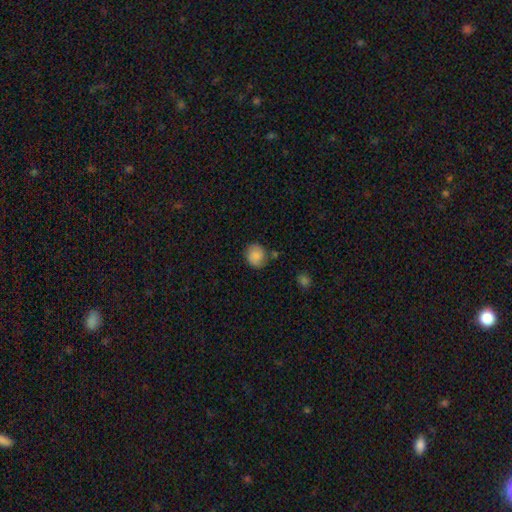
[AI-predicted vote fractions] smooth-or-featured: smooth: 84% | featured or disk: 8% | star or artifact: 8%
  how-rounded: round: 80% | in between: 19% | cigar-shaped: 1%
  merging: none: 74% | minor disturbance: 16% | merger: 6% | major disturbance: 4%